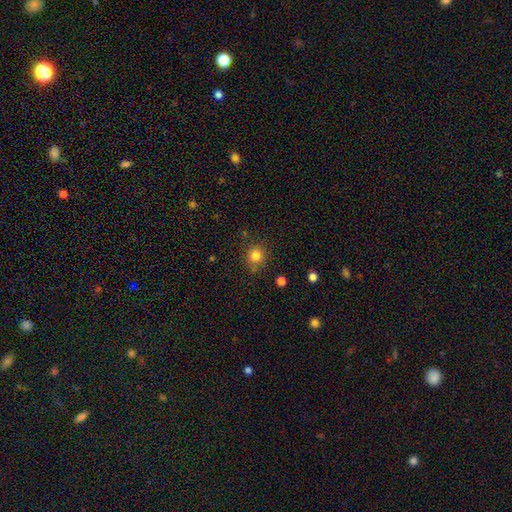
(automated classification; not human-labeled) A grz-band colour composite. It shows a smooth galaxy with no disk features (82%) that is round (87%). Merging: none (80%).